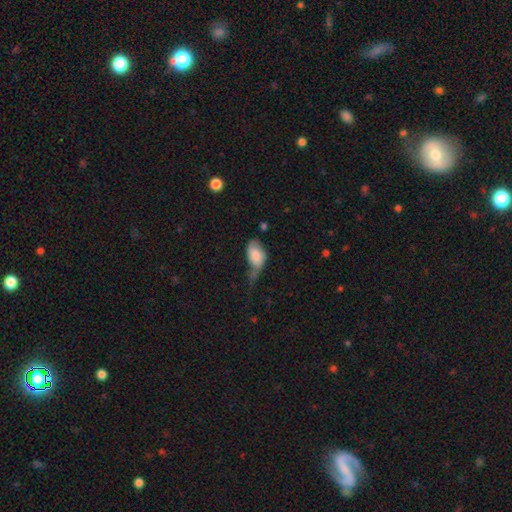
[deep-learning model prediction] smooth_or_featured: smooth (p=0.73) [alt: featured or disk p=0.20]
how_rounded: in between (p=0.92) [alt: round p=0.06]
merging: major disturbance (p=0.39) [alt: minor disturbance p=0.36]